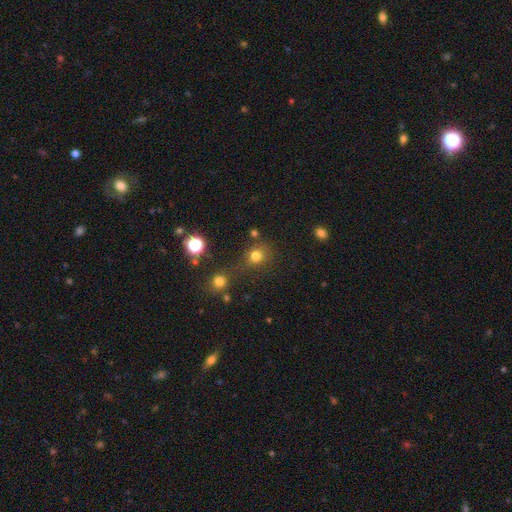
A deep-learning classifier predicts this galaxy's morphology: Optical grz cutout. It shows a smooth galaxy with no disk features (74%) that is round (82%). Merging: none (66%).